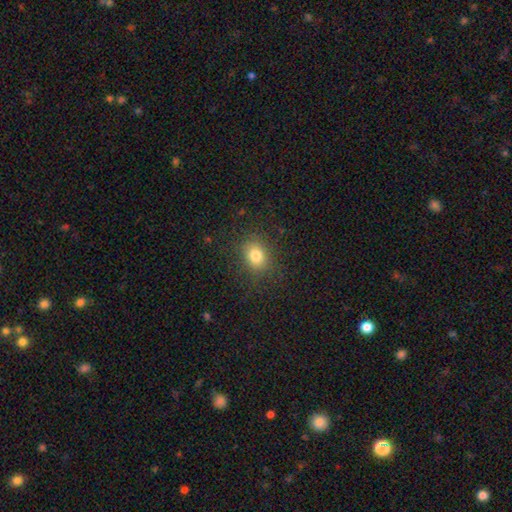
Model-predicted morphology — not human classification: Smooth or featured: smooth — 79% (star or artifact — 14%)
How rounded: round — 54% (in between — 45%)
Merging: none — 84% (minor disturbance — 10%)